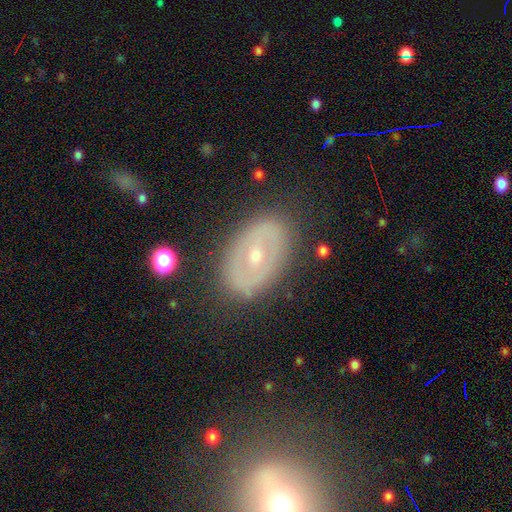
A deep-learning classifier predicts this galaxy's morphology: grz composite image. It shows a featured or disk galaxy (57%) with no bar (55%), no spiral arms (80%) and a small central bulge (54%). Merging: none (82%).